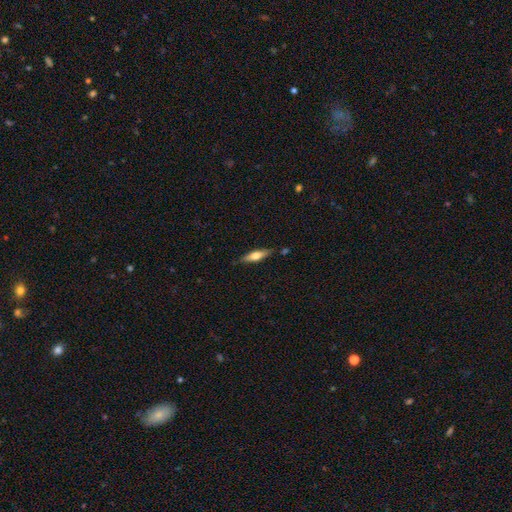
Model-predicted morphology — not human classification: This is possibly a smooth galaxy (53%). How rounded: likely cigar-shaped (66%). Merging: clearly none (82%).